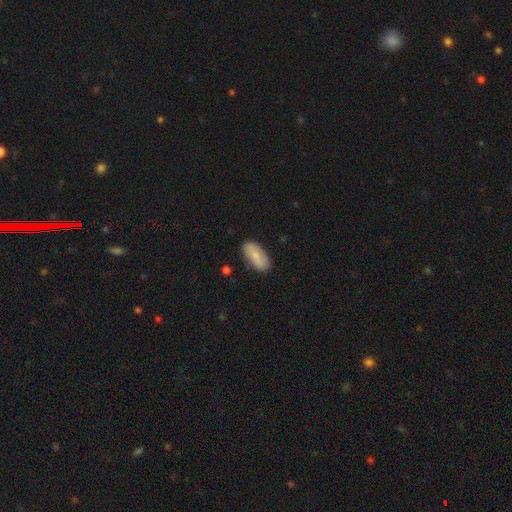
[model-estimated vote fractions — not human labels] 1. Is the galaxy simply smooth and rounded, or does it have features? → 73% smooth, 21% featured or disk, 6% star or artifact.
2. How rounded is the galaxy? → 90% in between, 7% cigar-shaped, 3% round.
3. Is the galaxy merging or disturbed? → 83% none, 12% minor disturbance, 2% major disturbance, 2% merger.